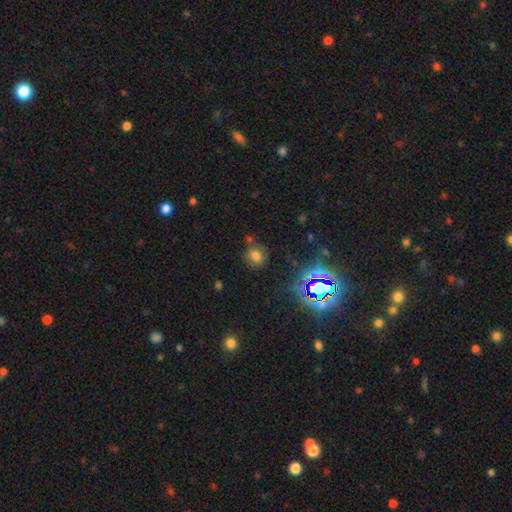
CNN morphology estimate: This is likely a smooth galaxy (62%). How rounded: likely round (63%). Merging: likely none (72%).